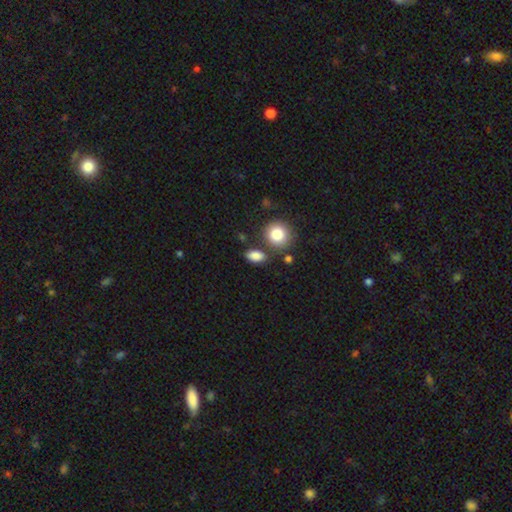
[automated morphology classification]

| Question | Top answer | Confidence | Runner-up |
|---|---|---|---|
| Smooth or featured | smooth | 86% | star or artifact (9%) |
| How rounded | in between | 76% | round (21%) |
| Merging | none | 73% | minor disturbance (13%) |